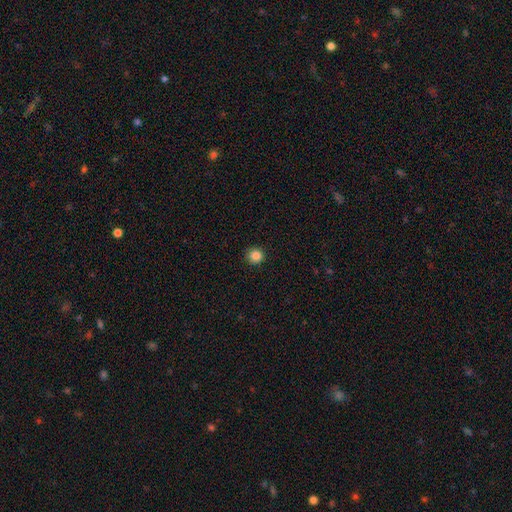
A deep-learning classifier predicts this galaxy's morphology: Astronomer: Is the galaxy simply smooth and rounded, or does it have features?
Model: smooth — 86%.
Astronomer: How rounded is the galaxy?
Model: round — 95%.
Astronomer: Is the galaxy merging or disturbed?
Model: none — 92%.